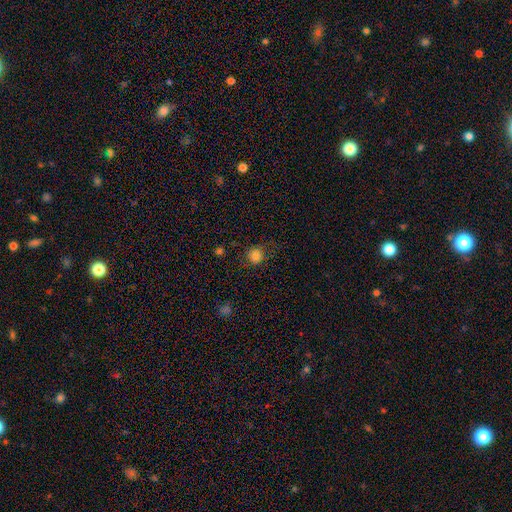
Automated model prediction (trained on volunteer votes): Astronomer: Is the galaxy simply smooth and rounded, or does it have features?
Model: smooth — 81%.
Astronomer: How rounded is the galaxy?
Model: round — 87%.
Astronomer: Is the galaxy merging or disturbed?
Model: none — 73%.